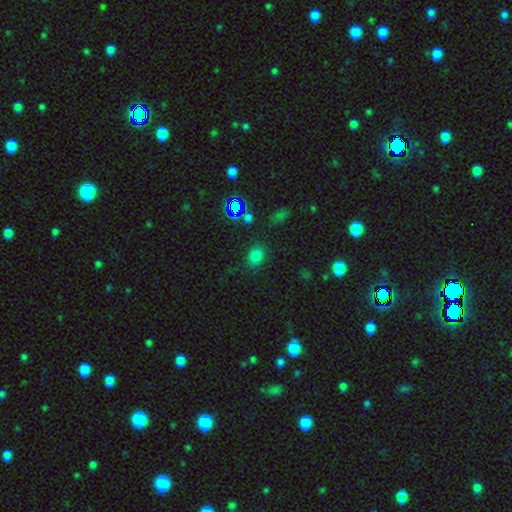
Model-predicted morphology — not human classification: Smooth or featured? Predicted: smooth (p=0.72). How rounded? Predicted: round (p=0.51). Merging? Predicted: none (p=0.80).